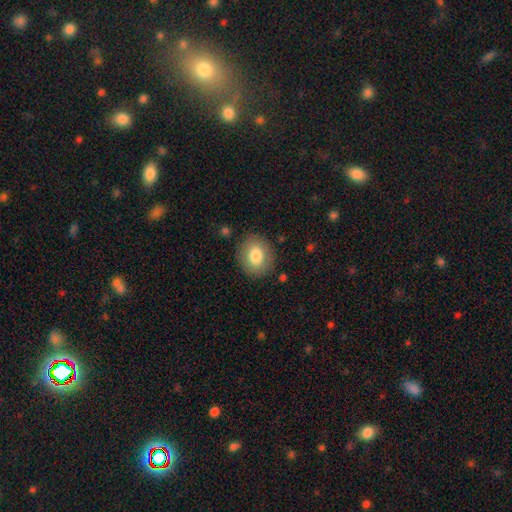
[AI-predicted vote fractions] Morphology: type=smooth (80%); roundness=round (64%); merging=none (86%).